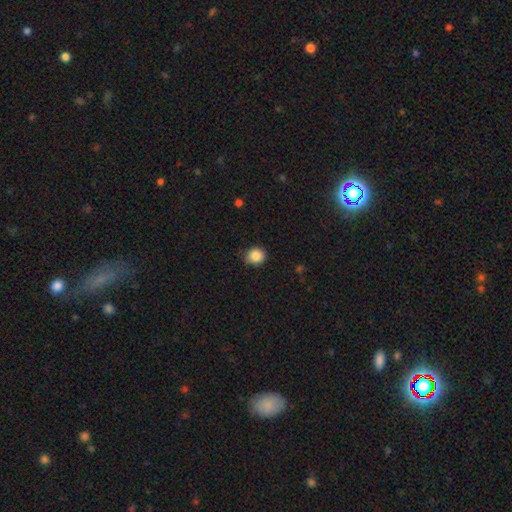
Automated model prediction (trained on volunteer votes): Smooth or featured: smooth — 86% (star or artifact — 10%)
How rounded: round — 85% (in between — 14%)
Merging: none — 81% (minor disturbance — 15%)